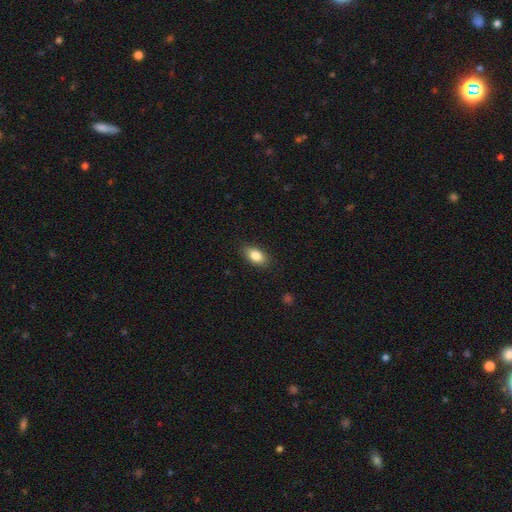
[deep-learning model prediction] smooth_or_featured: smooth (p=0.84) [alt: featured or disk p=0.09]
how_rounded: in between (p=0.89) [alt: round p=0.08]
merging: none (p=0.87) [alt: minor disturbance p=0.10]